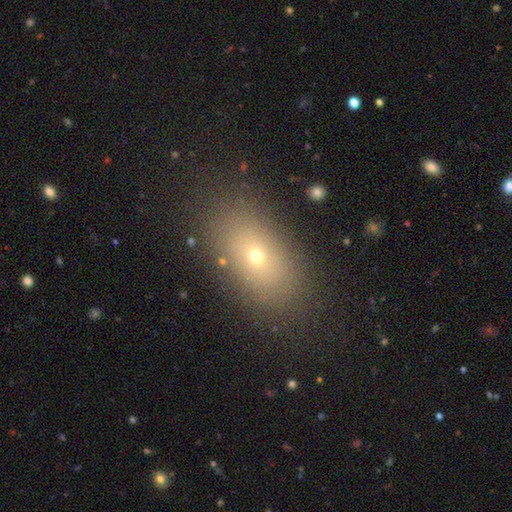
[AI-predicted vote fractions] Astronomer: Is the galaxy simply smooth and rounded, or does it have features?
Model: smooth — 64%.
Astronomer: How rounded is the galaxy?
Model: in between — 81%.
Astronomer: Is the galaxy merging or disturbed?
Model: none — 84%.